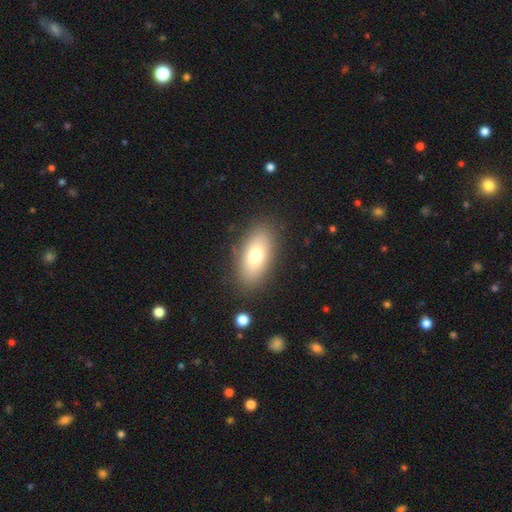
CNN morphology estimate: smooth_or_featured: smooth (p=0.74) [alt: featured or disk p=0.18]
how_rounded: in between (p=0.88) [alt: cigar-shaped p=0.07]
merging: none (p=0.85) [alt: minor disturbance p=0.10]